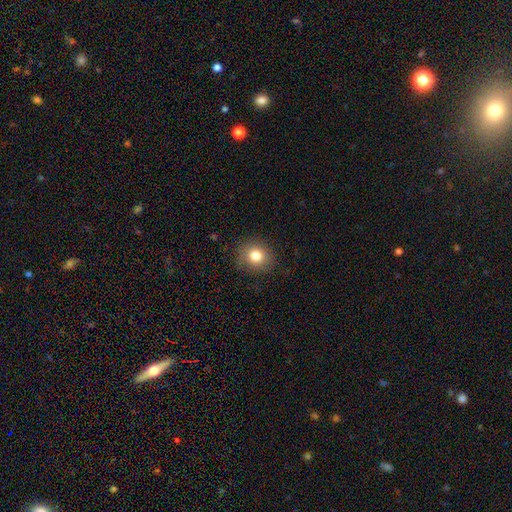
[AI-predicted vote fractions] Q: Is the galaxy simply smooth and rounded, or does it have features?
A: smooth — 81%.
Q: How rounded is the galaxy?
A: round — 81%.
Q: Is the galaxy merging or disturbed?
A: none — 86%.